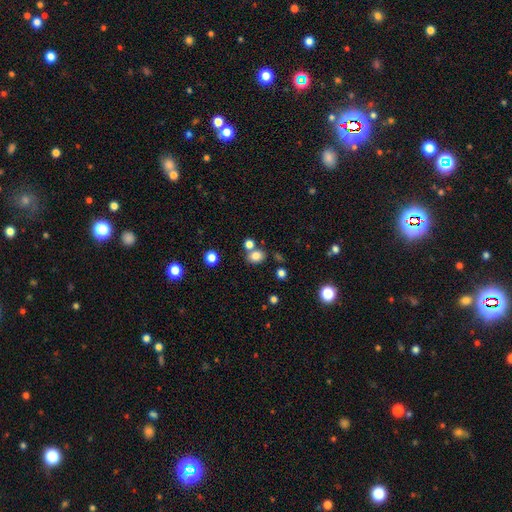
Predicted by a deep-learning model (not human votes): smooth 80%, star or artifact 13%, featured or disk 7%. Down the decision tree: how rounded — in between (52%); merging — none (65%).